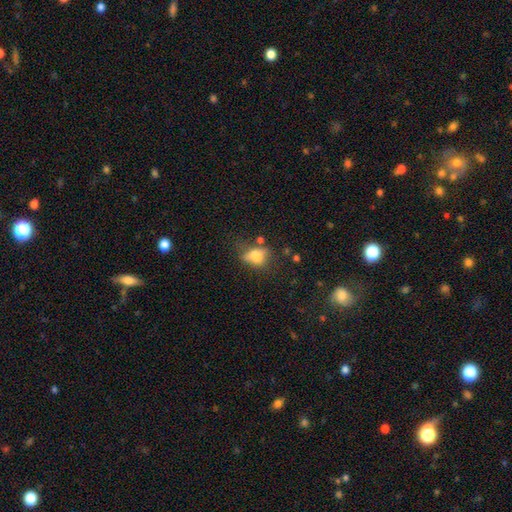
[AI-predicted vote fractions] This appears to be a smooth galaxy with no disk features (66%) that is in between round and cigar-shaped (72%). Merging: none (37%).